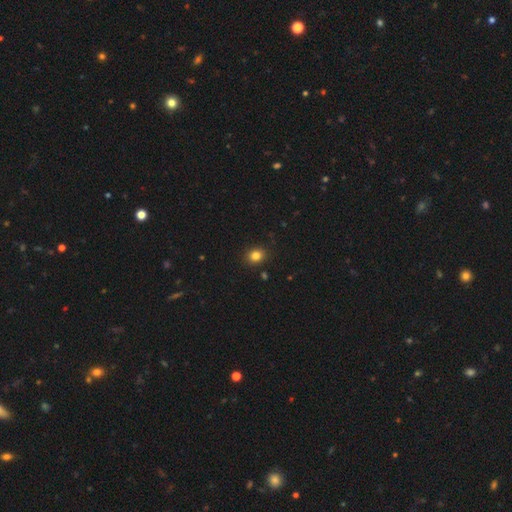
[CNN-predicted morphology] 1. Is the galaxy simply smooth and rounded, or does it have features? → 83% smooth, 12% star or artifact, 5% featured or disk.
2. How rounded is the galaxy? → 62% round, 37% in between, 1% cigar-shaped.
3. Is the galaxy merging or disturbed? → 89% none, 7% minor disturbance, 2% major disturbance, 1% merger.